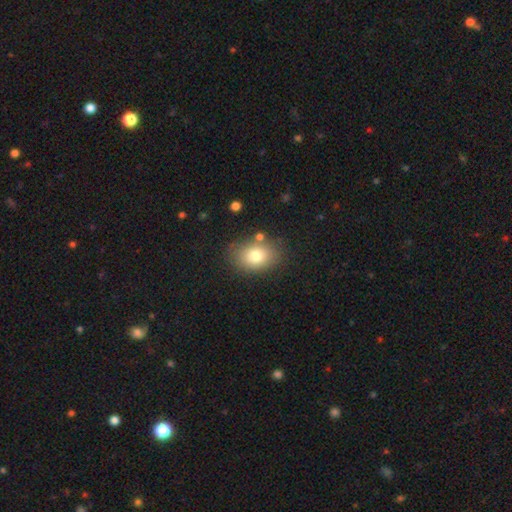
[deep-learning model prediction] A smooth galaxy with no disk features (78%) that is in between round and cigar-shaped (74%).

Vote fractions:
- Smooth or featured? smooth: 78% / featured or disk: 12% / star or artifact: 10%
- How rounded? in between: 74% / round: 25% / cigar-shaped: 1%
- Merging? none: 79% / minor disturbance: 12% / merger: 5% / major disturbance: 4%